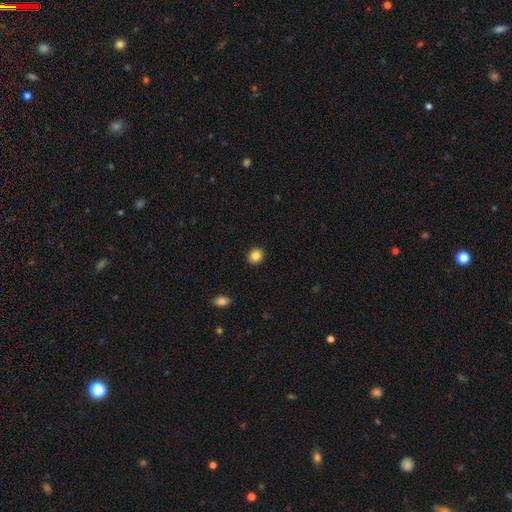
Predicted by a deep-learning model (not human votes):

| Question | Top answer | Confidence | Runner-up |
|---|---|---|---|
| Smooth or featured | smooth | 85% | star or artifact (10%) |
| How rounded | round | 75% | in between (24%) |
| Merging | none | 91% | minor disturbance (6%) |